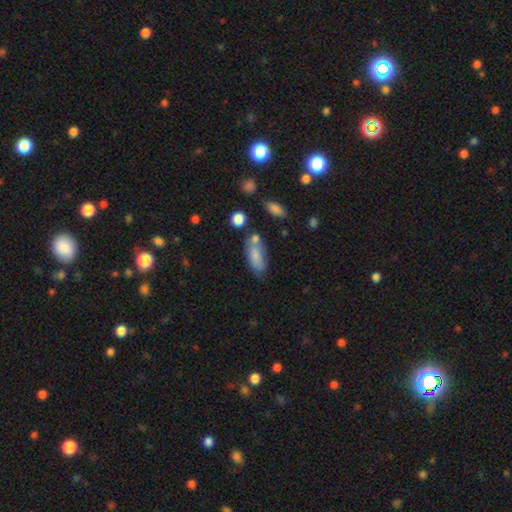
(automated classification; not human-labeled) smooth-or-featured: smooth: 78% | featured or disk: 15% | star or artifact: 7%
  how-rounded: in between: 83% | cigar-shaped: 15% | round: 3%
  merging: none: 55% | minor disturbance: 24% | merger: 13% | major disturbance: 8%